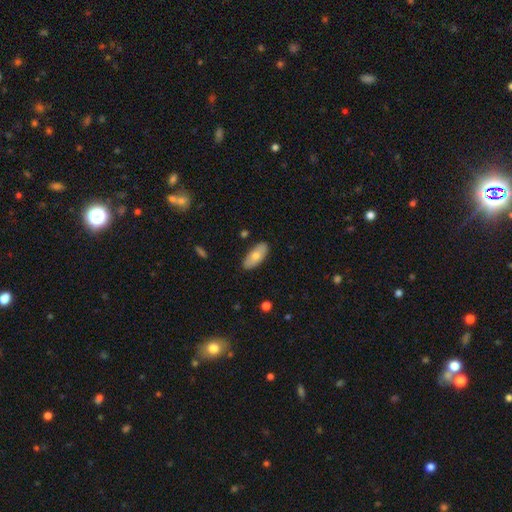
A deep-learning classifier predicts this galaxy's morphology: Smooth or featured? smooth (68%)
How rounded? in between (86%)
Merging? none (86%)